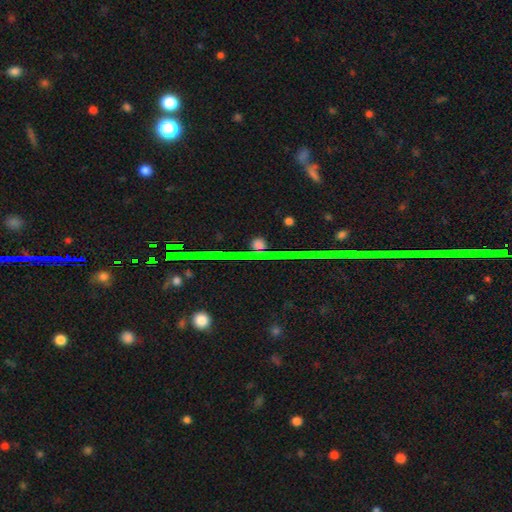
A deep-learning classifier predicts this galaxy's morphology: This is likely a star or artifact rather than a galaxy (71%).